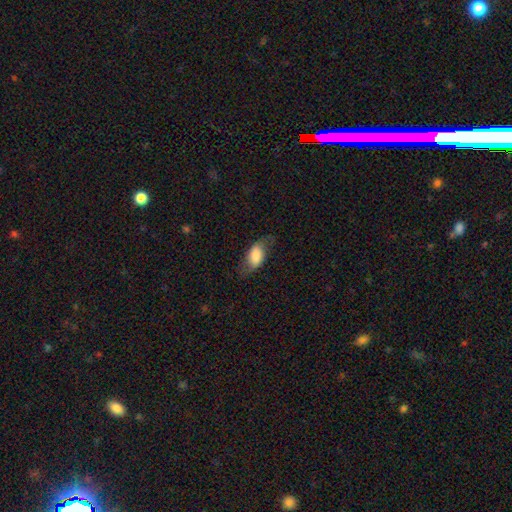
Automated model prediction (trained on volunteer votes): smooth_or_featured: smooth (p=0.64) [alt: featured or disk p=0.28]
how_rounded: in between (p=0.89) [alt: cigar-shaped p=0.06]
merging: none (p=0.60) [alt: minor disturbance p=0.24]